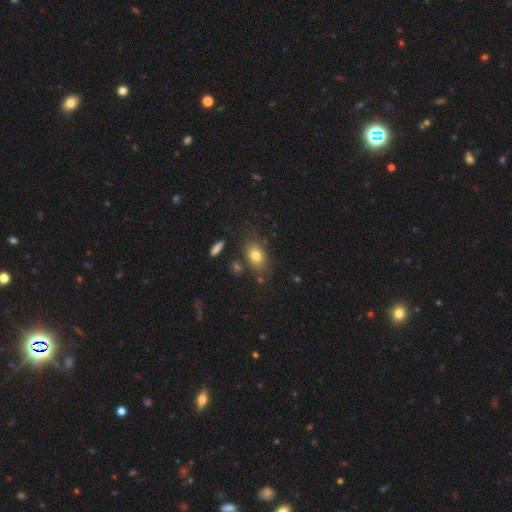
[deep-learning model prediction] A smooth galaxy with no disk features (77%) that is in between round and cigar-shaped (78%).

Vote fractions:
- Smooth or featured? smooth: 77% / featured or disk: 12% / star or artifact: 10%
- How rounded? in between: 78% / round: 20% / cigar-shaped: 2%
- Merging? none: 78% / minor disturbance: 13% / merger: 5% / major disturbance: 4%